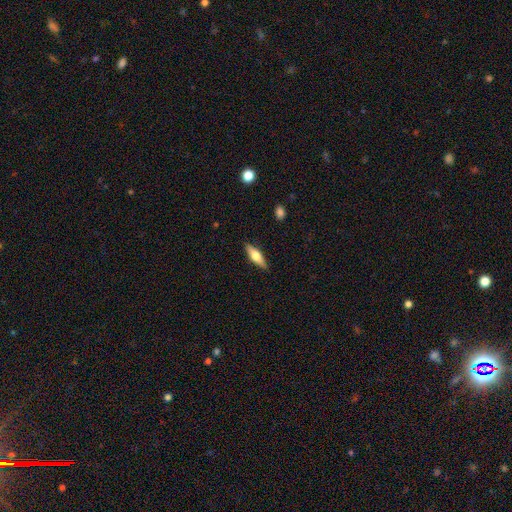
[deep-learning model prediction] A smooth galaxy with no disk features (56%) that is in between round and cigar-shaped (49%).

Vote fractions:
- Smooth or featured? smooth: 56% / featured or disk: 39% / star or artifact: 6%
- How rounded? in between: 49% / cigar-shaped: 48% / round: 2%
- Merging? none: 88% / minor disturbance: 9% / major disturbance: 2% / merger: 1%